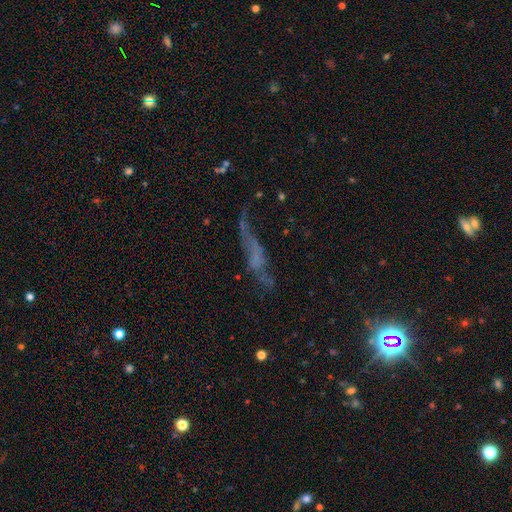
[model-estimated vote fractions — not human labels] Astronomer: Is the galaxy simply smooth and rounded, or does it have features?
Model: featured or disk — 48% (runner-up: smooth, 31%).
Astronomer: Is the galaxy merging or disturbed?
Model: none — 38% (runner-up: major disturbance, 33%).